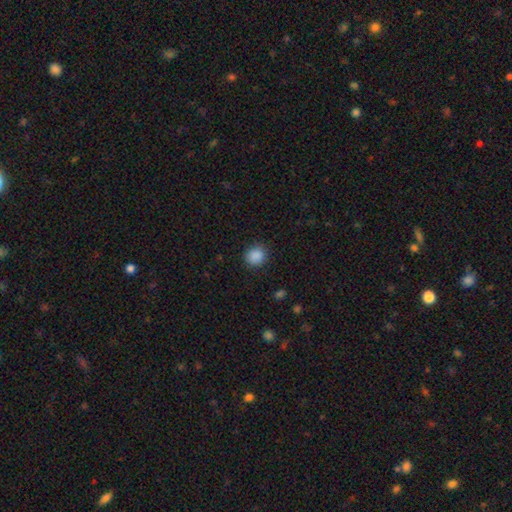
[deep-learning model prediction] The model was most divided on "how rounded": round: 83%, in between: 16%, cigar-shaped: 1%. More confident: merging — none (88%); smooth or featured — smooth (88%).